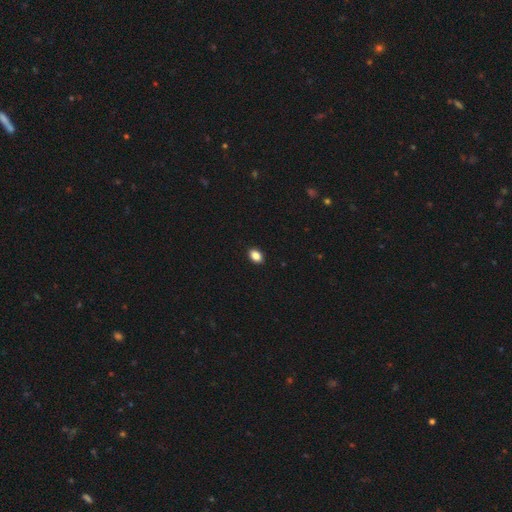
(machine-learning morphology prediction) Smooth or featured?
  - smooth: 87% *
  - star or artifact: 9%
  - featured or disk: 4%
How rounded?
  - in between: 79% *
  - round: 19%
  - cigar-shaped: 1%
Merging?
  - none: 91% *
  - minor disturbance: 6%
  - major disturbance: 2%
  - merger: 1%